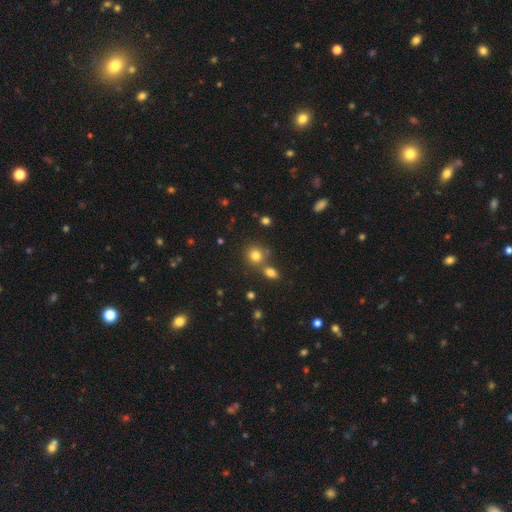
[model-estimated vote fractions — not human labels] smooth_or_featured: smooth (p=0.78) [alt: star or artifact p=0.14]
how_rounded: round (p=0.83) [alt: in between p=0.15]
merging: none (p=0.64) [alt: merger p=0.23]